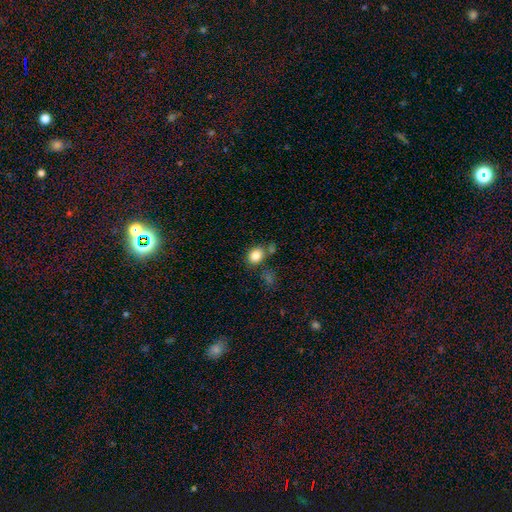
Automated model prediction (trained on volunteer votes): Smooth or featured?
  - smooth: 84% *
  - star or artifact: 10%
  - featured or disk: 6%
How rounded?
  - round: 55% *
  - in between: 44%
  - cigar-shaped: 1%
Merging?
  - none: 70% *
  - minor disturbance: 14%
  - merger: 12%
  - major disturbance: 5%